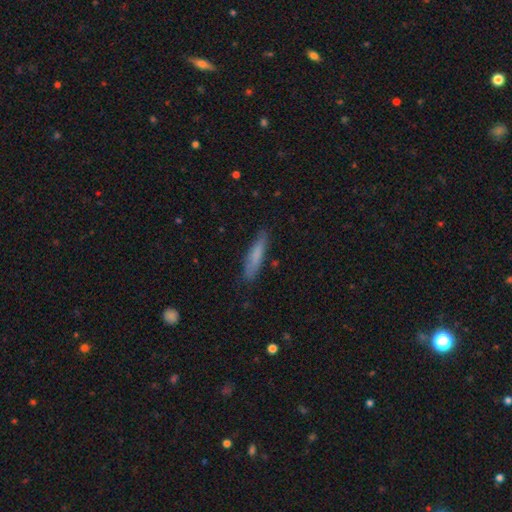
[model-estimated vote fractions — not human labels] Morphology: type=smooth (74%); roundness=cigar-shaped (85%); merging=none (83%).